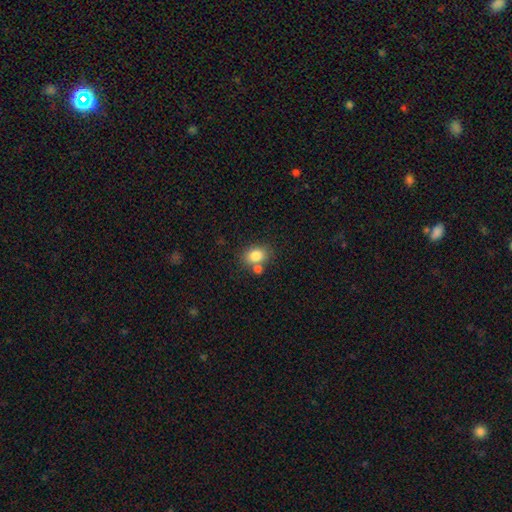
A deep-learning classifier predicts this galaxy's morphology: This appears to be a smooth galaxy with no disk features (82%) that is in between round and cigar-shaped (52%). Merging: none (63%).